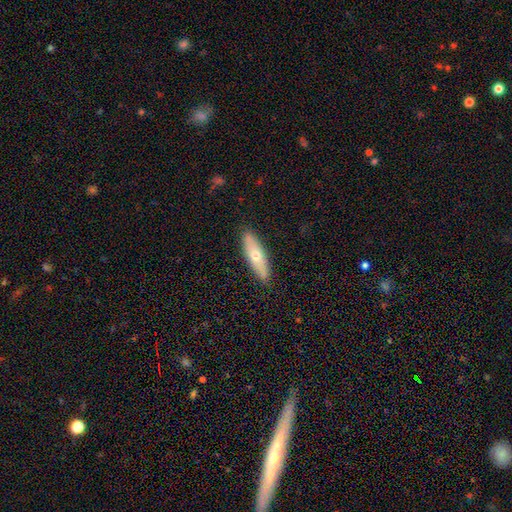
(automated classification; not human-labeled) The model was most divided on "how rounded": cigar-shaped: 56%, in between: 42%, round: 2%. More confident: merging — none (88%); smooth or featured — smooth (59%).